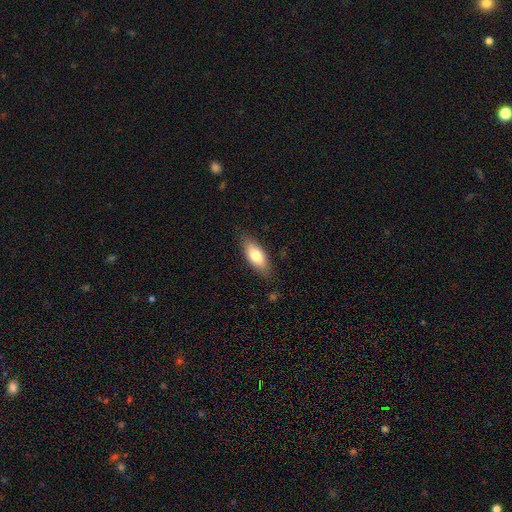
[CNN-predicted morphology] A smooth galaxy with no disk features (77%) that is in between round and cigar-shaped (81%).

Vote fractions:
- Smooth or featured? smooth: 77% / featured or disk: 17% / star or artifact: 6%
- How rounded? in between: 81% / cigar-shaped: 16% / round: 3%
- Merging? none: 82% / minor disturbance: 14% / major disturbance: 3% / merger: 1%